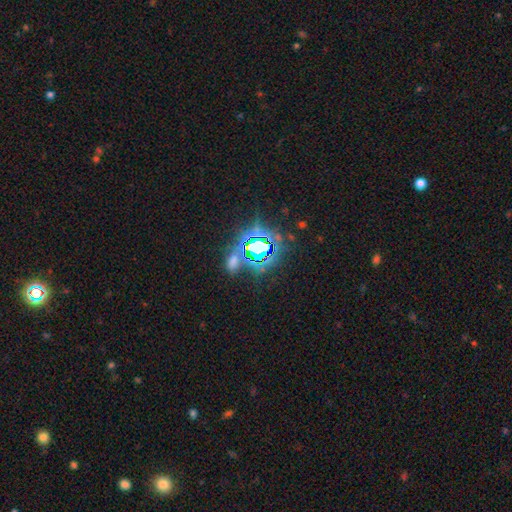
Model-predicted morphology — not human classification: Overall: star or artifact (76%).